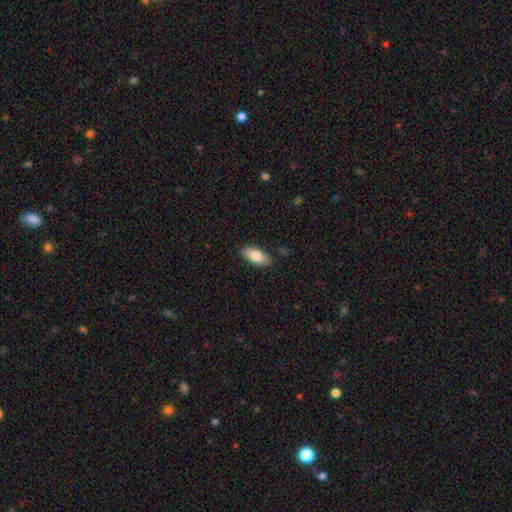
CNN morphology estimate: The model was most divided on "smooth or featured": smooth: 82%, featured or disk: 12%, star or artifact: 6%. More confident: how rounded — in between (89%); merging — none (86%).